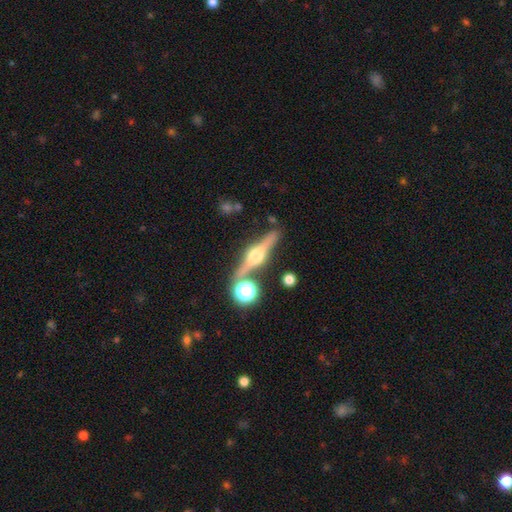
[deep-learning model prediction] This appears to be a featured or disk galaxy (79%) viewed edge-on (97%) with a rounded central bulge (95%). Merging: none (82%).